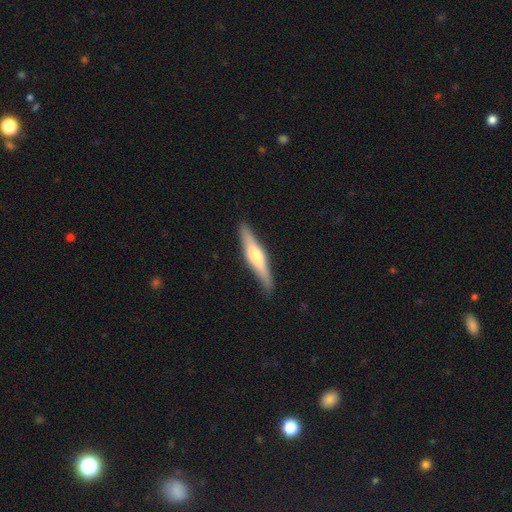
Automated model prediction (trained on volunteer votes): Overall: featured or disk (57%; smooth 38%). Edge-on disk: yes (95%). Edge-on bulge: rounded (77%). Merging: none (88%).